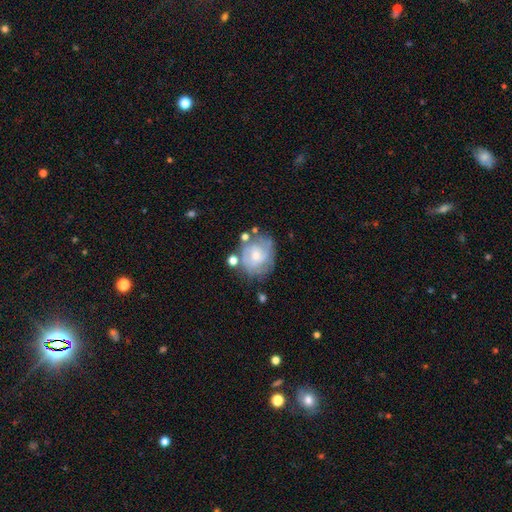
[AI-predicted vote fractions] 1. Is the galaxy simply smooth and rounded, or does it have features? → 70% featured or disk, 22% smooth, 8% star or artifact.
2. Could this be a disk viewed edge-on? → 98% no, 2% yes.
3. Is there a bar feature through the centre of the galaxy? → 71% no, 25% weak, 4% strong.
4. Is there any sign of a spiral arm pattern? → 86% yes, 14% no.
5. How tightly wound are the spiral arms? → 58% tight, 32% medium, 10% loose.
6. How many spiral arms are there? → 42% can't tell, 20% 2, 19% 3, 9% 4, 5% 1, 4% more than 4.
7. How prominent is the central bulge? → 49% small, 44% moderate, 3% large, 3% none, 1% dominant.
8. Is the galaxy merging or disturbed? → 62% none, 20% minor disturbance, 10% major disturbance, 8% merger.